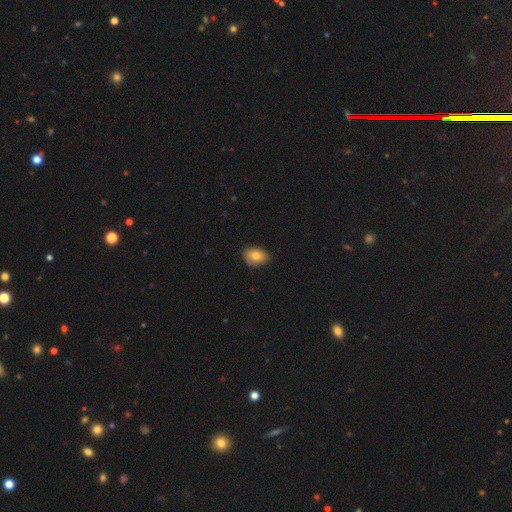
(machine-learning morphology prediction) type=smooth (78%); roundness=in between (71%); merging=none (76%).